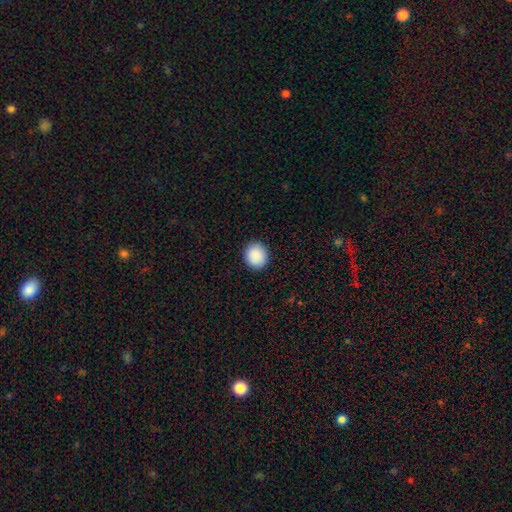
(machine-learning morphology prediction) A smooth galaxy with no disk features (90%) that is round (82%). Merging: none (91%).